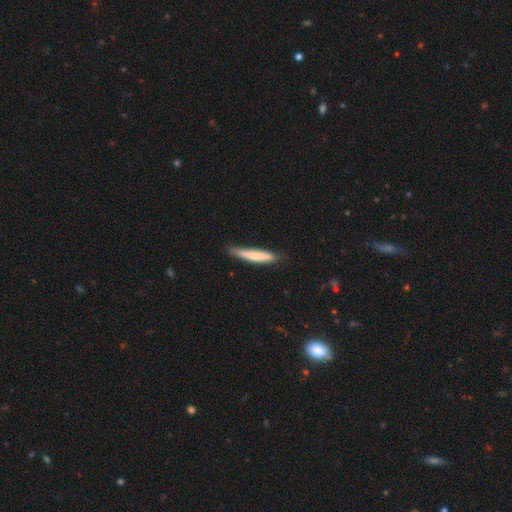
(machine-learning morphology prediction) type=smooth (76%); roundness=cigar-shaped (92%); merging=none (74%).